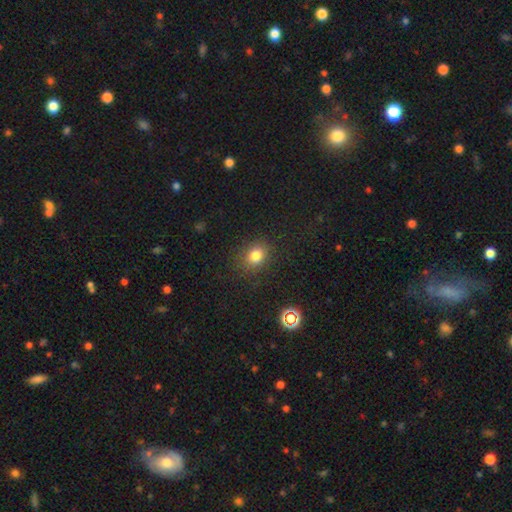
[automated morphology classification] A smooth galaxy with no disk features (79%) that is round (60%).

Vote fractions:
- Smooth or featured? smooth: 79% / star or artifact: 15% / featured or disk: 6%
- How rounded? round: 60% / in between: 38% / cigar-shaped: 1%
- Merging? none: 84% / minor disturbance: 11% / major disturbance: 4% / merger: 1%